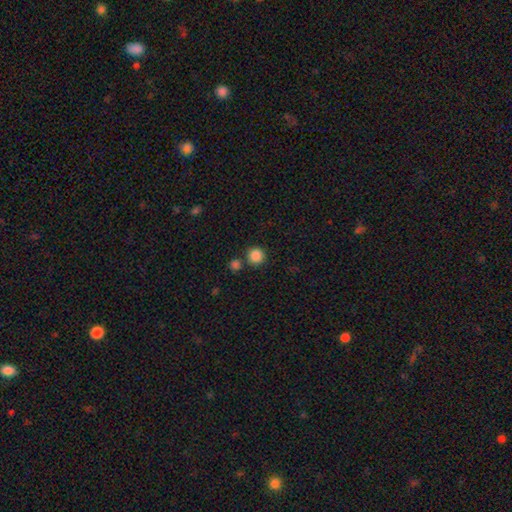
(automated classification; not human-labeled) smooth-or-featured: smooth: 86% | star or artifact: 10% | featured or disk: 4%
  how-rounded: round: 94% | in between: 5% | cigar-shaped: 1%
  merging: none: 79% | merger: 12% | minor disturbance: 7% | major disturbance: 2%